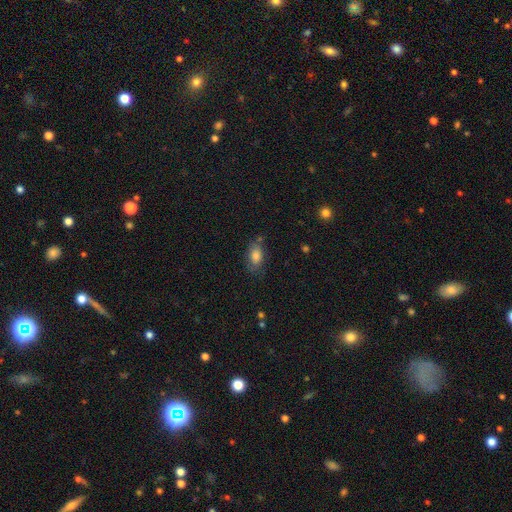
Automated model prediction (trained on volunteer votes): Smooth or featured: smooth — 80% (featured or disk — 11%)
How rounded: in between — 87% (round — 9%)
Merging: none — 67% (minor disturbance — 22%)